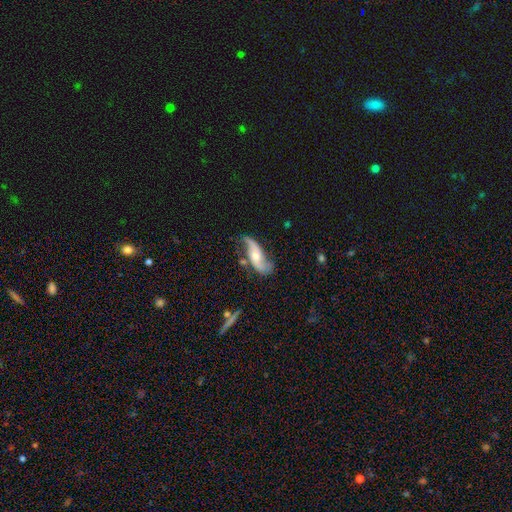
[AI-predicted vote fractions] A featured or disk galaxy (82%) with no bar (61%), 2 (91%) loose (74%) spiral arms (94%) and a moderate central bulge (56%). Merging: none (65%).